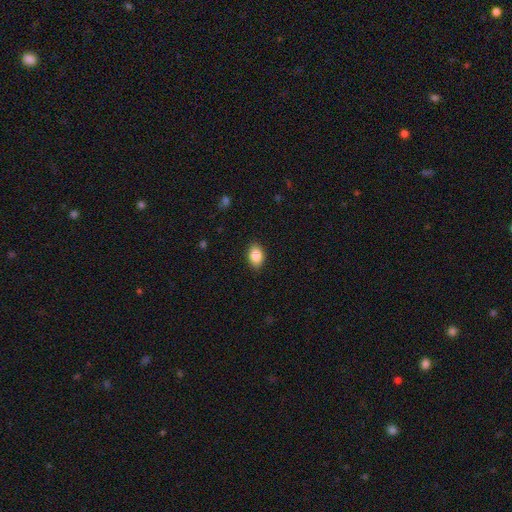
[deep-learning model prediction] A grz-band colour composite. It shows a smooth galaxy with no disk features (87%) that is in between round and cigar-shaped (85%). Merging: none (88%).